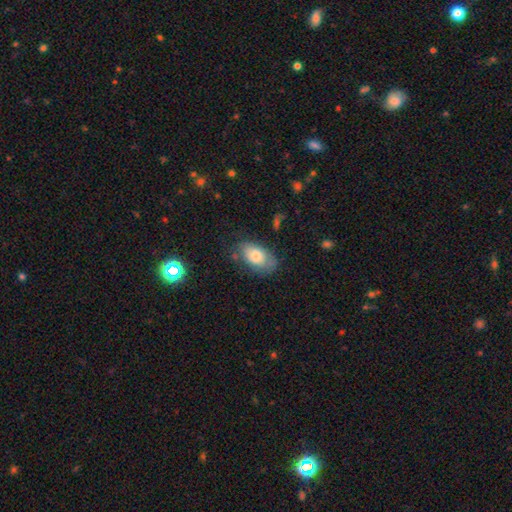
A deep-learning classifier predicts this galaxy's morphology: Smooth or featured: smooth — 73% (featured or disk — 19%)
How rounded: in between — 92% (round — 6%)
Merging: none — 66% (minor disturbance — 24%)